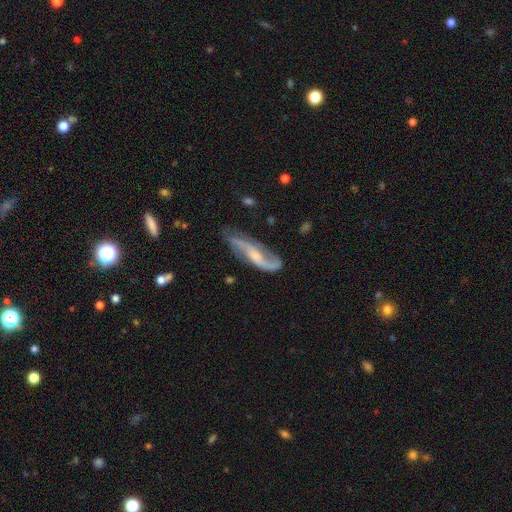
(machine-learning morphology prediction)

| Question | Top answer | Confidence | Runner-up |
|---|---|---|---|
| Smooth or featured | featured or disk | 80% | smooth (14%) |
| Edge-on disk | no | 84% | yes (16%) |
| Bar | no | 47% | weak (38%) |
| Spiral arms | yes | 93% | no (7%) |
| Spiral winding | loose | 55% | medium (33%) |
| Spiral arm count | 2 | 82% | can't tell (7%) |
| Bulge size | small | 48% | moderate (37%) |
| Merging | none | 58% | minor disturbance (25%) |